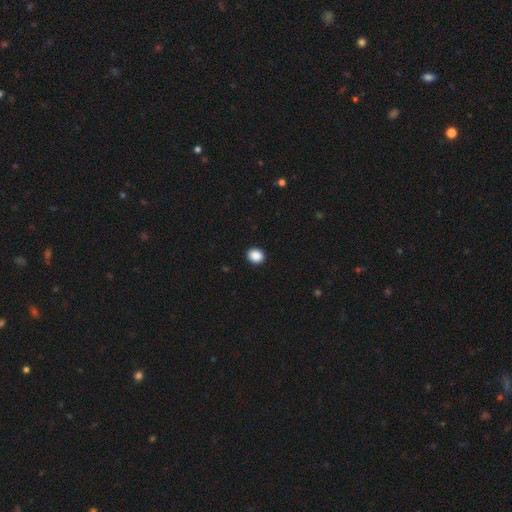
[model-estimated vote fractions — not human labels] Smooth or featured? Predicted: smooth (p=0.89). How rounded? Predicted: round (p=0.66). Merging? Predicted: none (p=0.92).